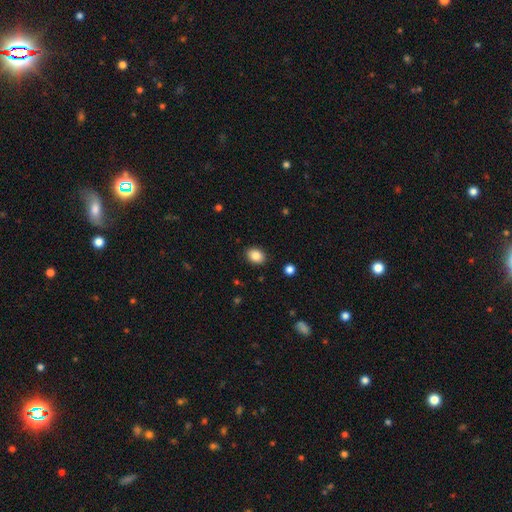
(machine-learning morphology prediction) Smooth or featured? smooth (85%)
How rounded? in between (66%)
Merging? none (88%)